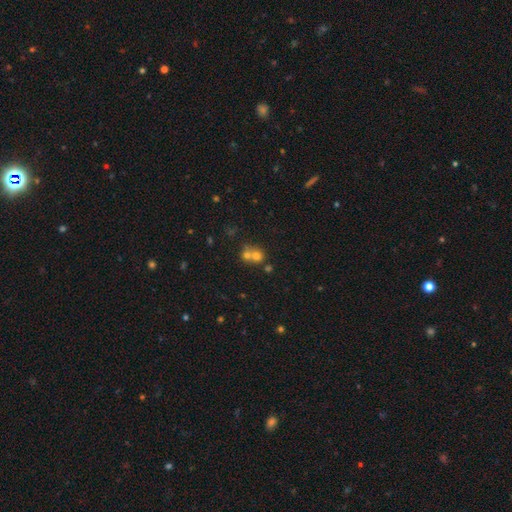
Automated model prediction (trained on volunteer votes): Smooth or featured? Predicted: smooth (p=0.67). How rounded? Predicted: round (p=0.81). Merging? Predicted: merger (p=0.59).